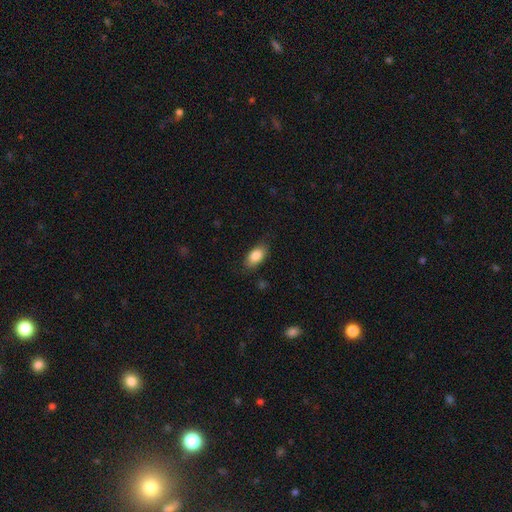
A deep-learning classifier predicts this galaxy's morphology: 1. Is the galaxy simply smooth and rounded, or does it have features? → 84% smooth, 9% featured or disk, 7% star or artifact.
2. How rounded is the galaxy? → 90% in between, 6% round, 4% cigar-shaped.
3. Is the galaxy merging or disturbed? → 82% none, 14% minor disturbance, 3% major disturbance, 1% merger.